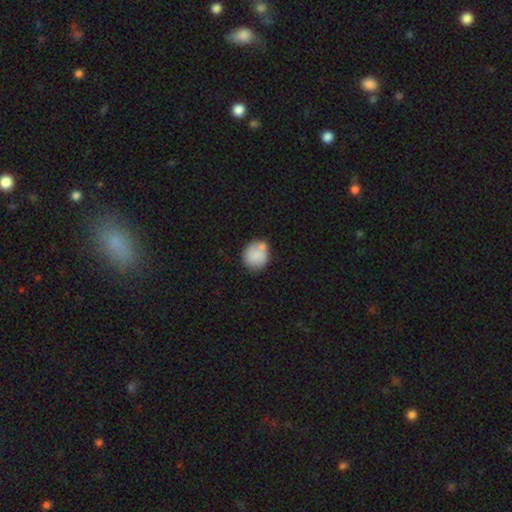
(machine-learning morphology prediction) A smooth galaxy with no disk features (81%) that is round (83%). Merging: none (59%).